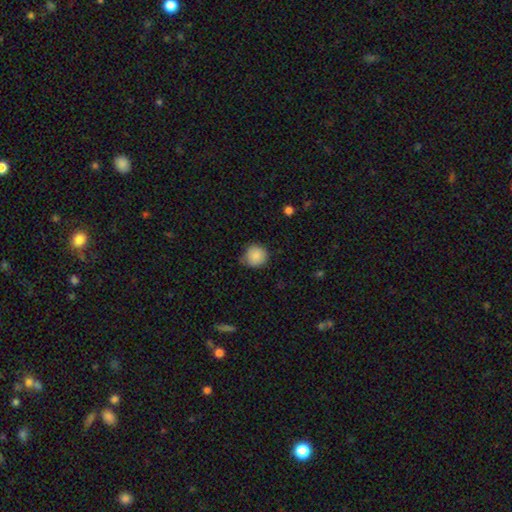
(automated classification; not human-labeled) Smooth or featured: smooth — 85% (star or artifact — 9%)
How rounded: round — 91% (in between — 8%)
Merging: none — 73% (minor disturbance — 23%)